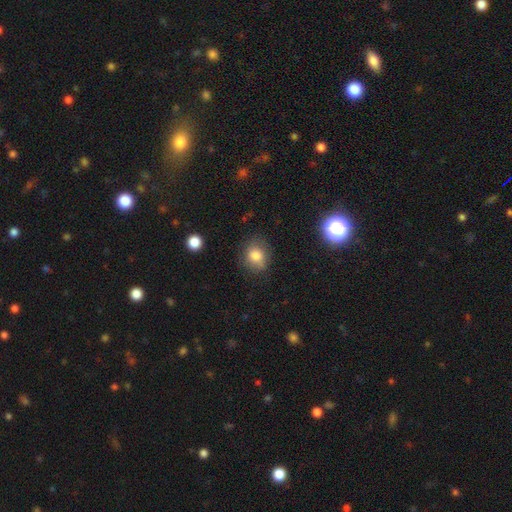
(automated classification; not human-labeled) Morphology: type=smooth (79%); roundness=round (63%); merging=none (76%).